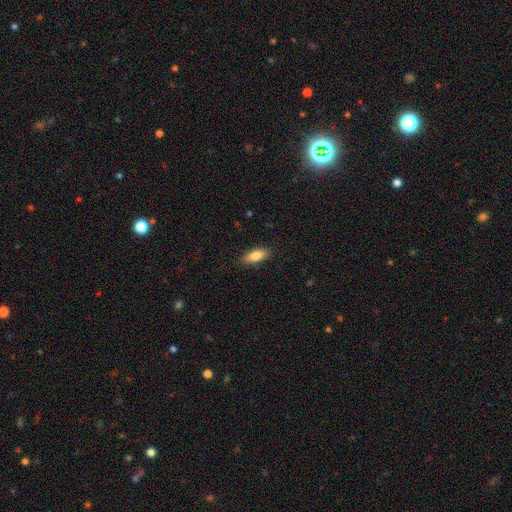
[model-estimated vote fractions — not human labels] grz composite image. It shows a smooth galaxy with no disk features (83%) that is in between round and cigar-shaped (77%). Merging: none (87%).